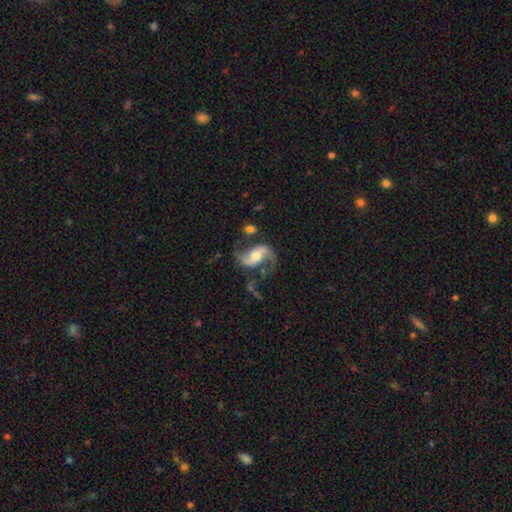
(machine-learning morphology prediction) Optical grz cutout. It shows a featured or disk galaxy (88%) with no bar (39%), 2 (92%) loose (68%) spiral arms (96%) and a moderate central bulge (63%). Merging: none (64%).